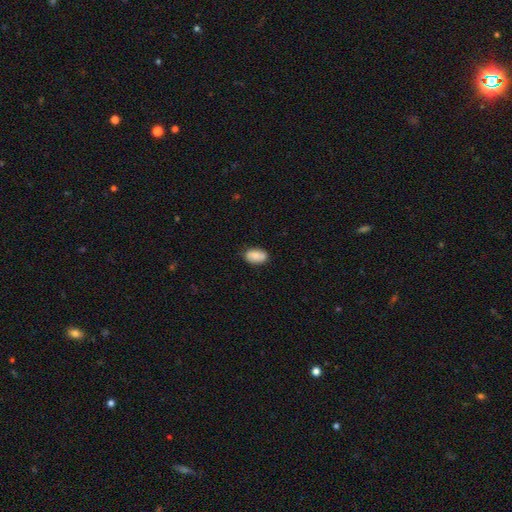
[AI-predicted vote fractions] smooth 81%, featured or disk 12%, star or artifact 7%. Down the decision tree: how rounded — in between (90%); merging — none (74%).